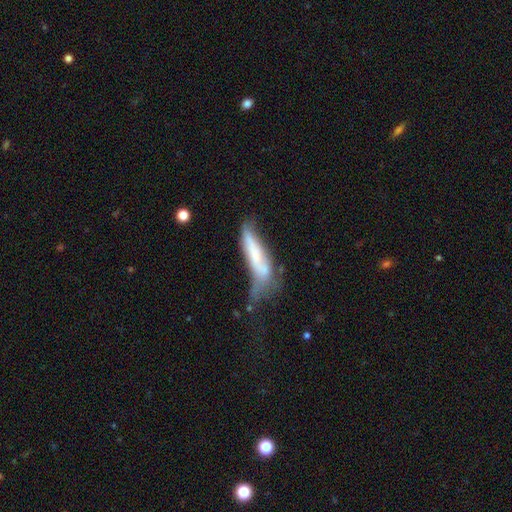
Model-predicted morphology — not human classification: Smooth or featured? smooth (54%)
How rounded? cigar-shaped (77%)
Merging? major disturbance (32%)